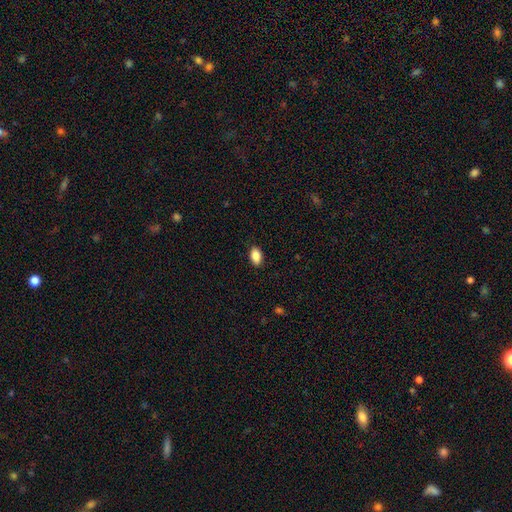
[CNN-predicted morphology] Smooth or featured? smooth (87%)
How rounded? in between (91%)
Merging? none (87%)